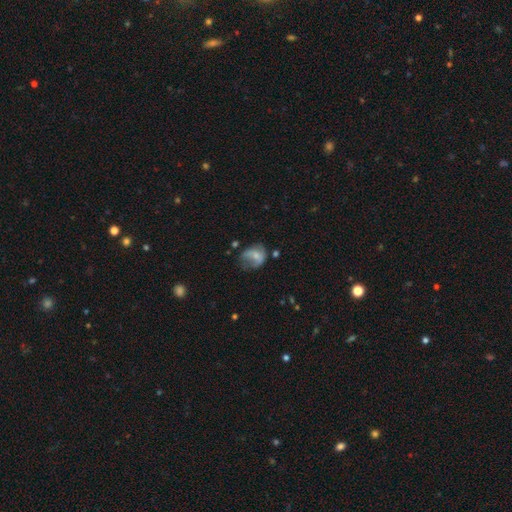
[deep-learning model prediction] This appears to be a smooth galaxy with no disk features (52%) that is in between round and cigar-shaped (54%). Merging: none (34%).